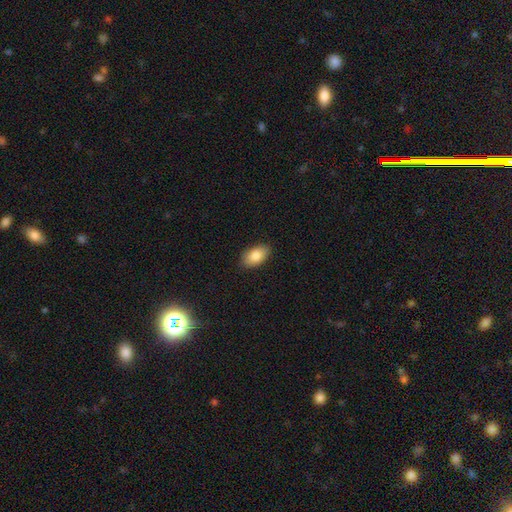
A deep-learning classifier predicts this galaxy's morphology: The model was most divided on "smooth or featured": smooth: 84%, featured or disk: 9%, star or artifact: 7%. More confident: how rounded — in between (93%); merging — none (87%).